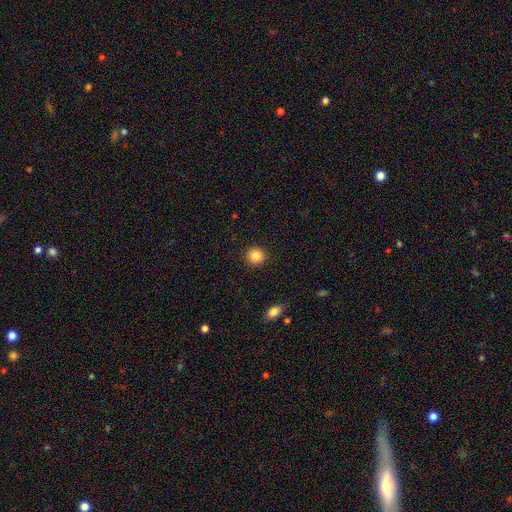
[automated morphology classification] Smooth or featured? smooth (87%)
How rounded? round (91%)
Merging? none (91%)